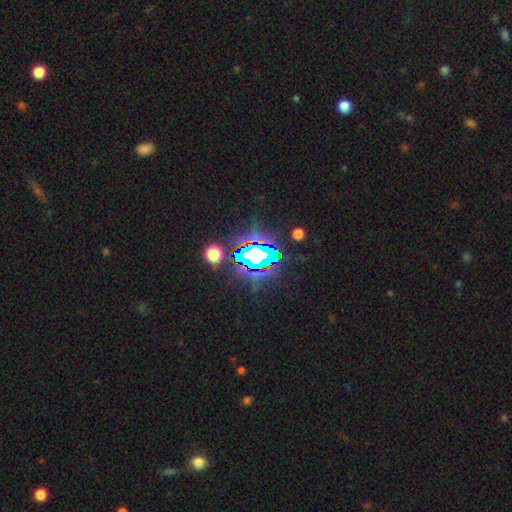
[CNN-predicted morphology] smooth_or_featured: star or artifact (p=0.61) [alt: featured or disk p=0.20]